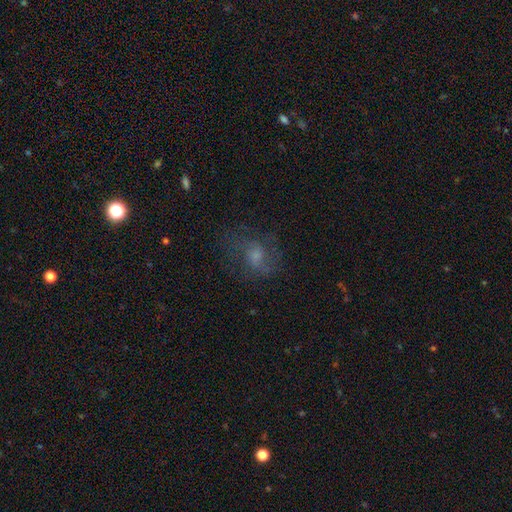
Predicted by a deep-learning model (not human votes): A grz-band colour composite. It shows a featured or disk galaxy (49%). Merging: none (66%).